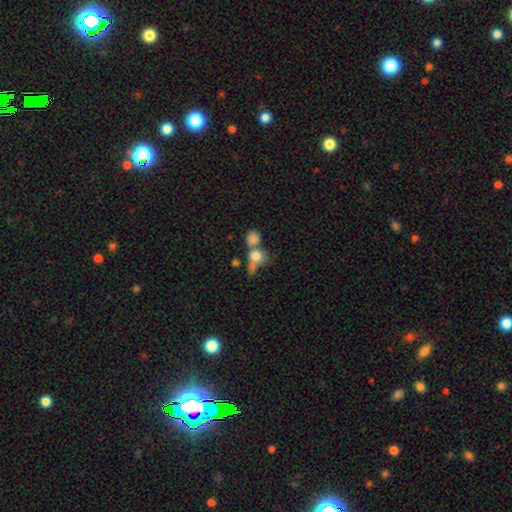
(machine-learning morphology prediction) Smooth or featured? smooth (71%)
How rounded? round (59%)
Merging? merger (53%)